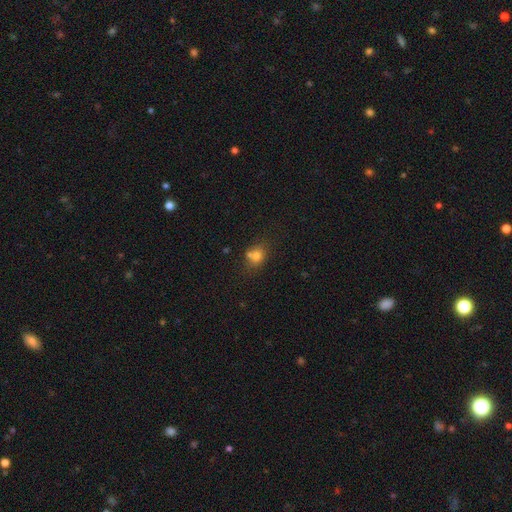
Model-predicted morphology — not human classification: A smooth galaxy with no disk features (74%) that is round (60%). Merging: none (51%).